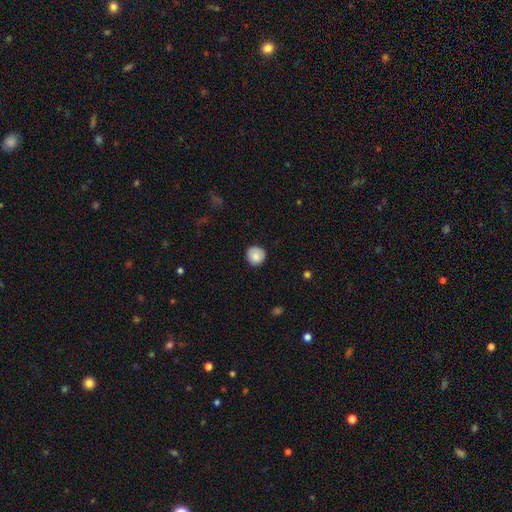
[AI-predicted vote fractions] smooth 85%, star or artifact 8%, featured or disk 7%. Down the decision tree: how rounded — round (93%); merging — none (88%).